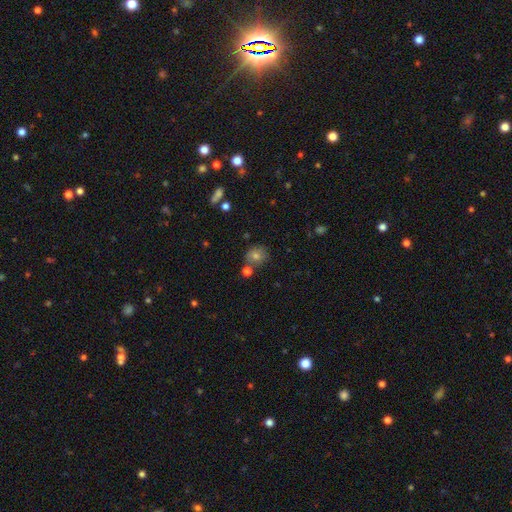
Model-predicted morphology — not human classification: Smooth or featured? Predicted: smooth (p=0.76). How rounded? Predicted: round (p=0.78). Merging? Predicted: none (p=0.69).